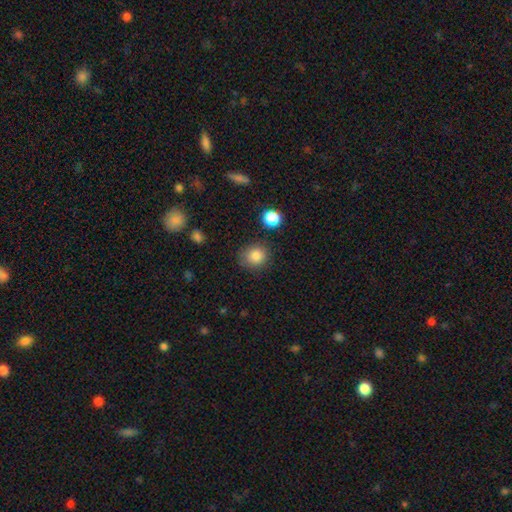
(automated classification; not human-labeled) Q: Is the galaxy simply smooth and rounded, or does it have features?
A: smooth — 84%.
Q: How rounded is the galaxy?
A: round — 83%.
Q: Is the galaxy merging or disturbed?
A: none — 83%.